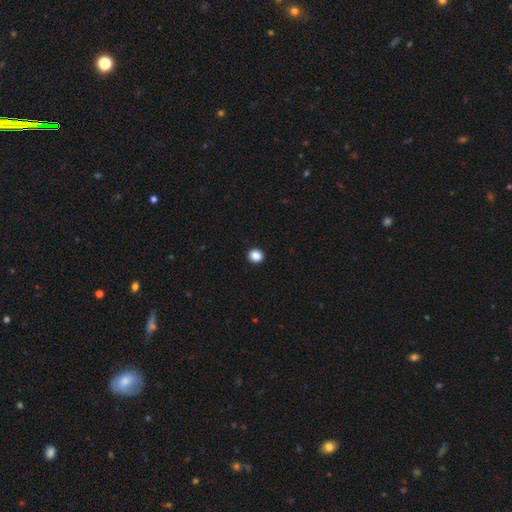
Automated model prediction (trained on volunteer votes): Overall: smooth (88%). How rounded: round (80%). Merging: none (93%).